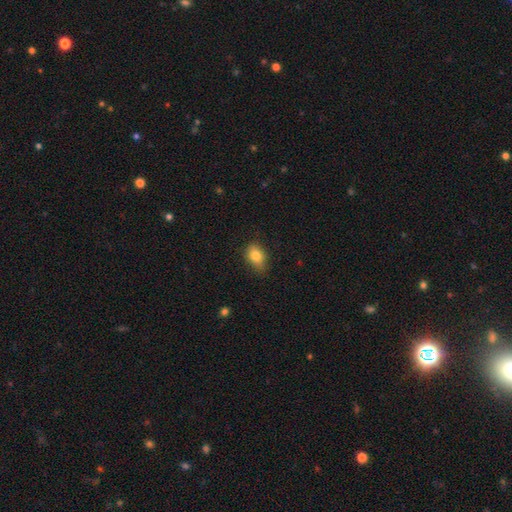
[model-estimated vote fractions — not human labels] This appears to be a smooth galaxy with no disk features (82%) that is in between round and cigar-shaped (73%). Merging: none (68%).